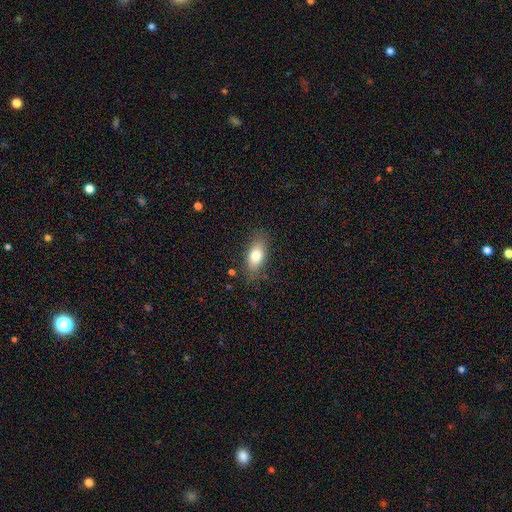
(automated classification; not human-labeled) Overall: smooth (77%). How rounded: in between (83%). Merging: none (80%).